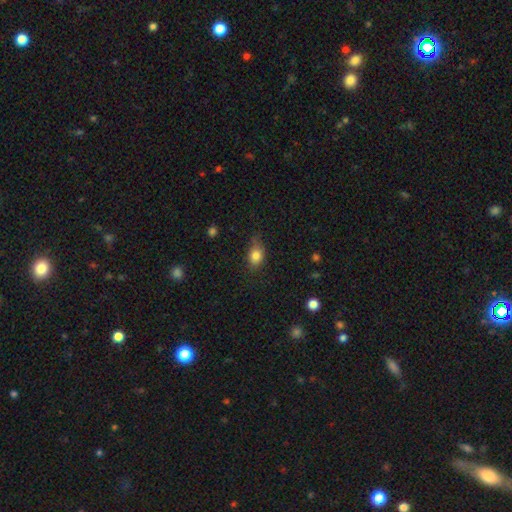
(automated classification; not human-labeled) Smooth or featured?
  - smooth: 82% *
  - star or artifact: 9%
  - featured or disk: 9%
How rounded?
  - in between: 67% *
  - round: 30%
  - cigar-shaped: 3%
Merging?
  - none: 64% *
  - minor disturbance: 28%
  - major disturbance: 7%
  - merger: 2%